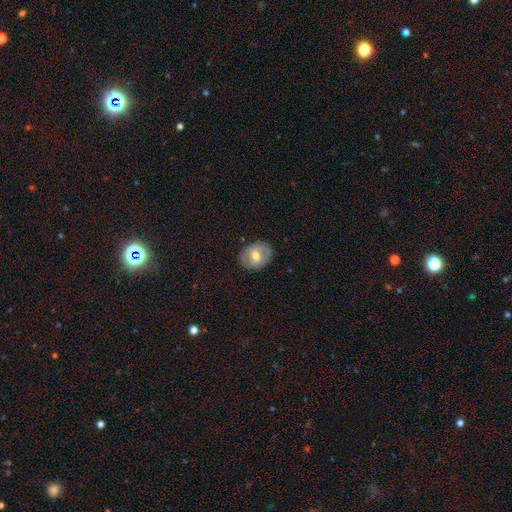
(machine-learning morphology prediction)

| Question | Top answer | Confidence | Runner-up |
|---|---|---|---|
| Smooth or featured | featured or disk | 50% | smooth (43%) |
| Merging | none | 82% | minor disturbance (13%) |